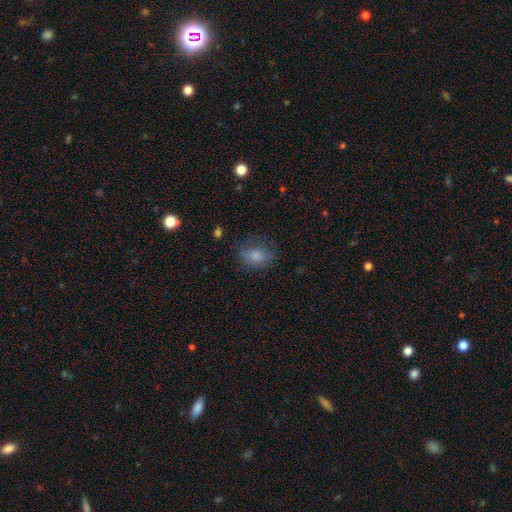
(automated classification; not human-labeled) Overall: smooth (78%). How rounded: in between (71%). Merging: none (65%).